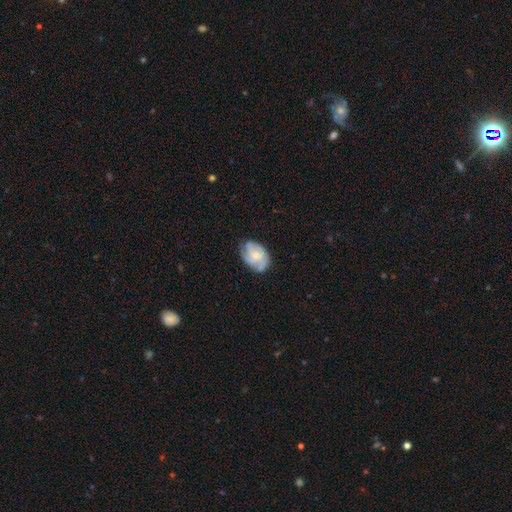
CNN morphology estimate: Smooth or featured? featured or disk (62%)
Edge-on disk? no (98%)
Bar? no (72%)
Spiral arms? yes (87%)
Spiral winding? medium (43%)
Spiral arm count? 3 (39%)
Bulge size? small (56%)
Merging? none (64%)